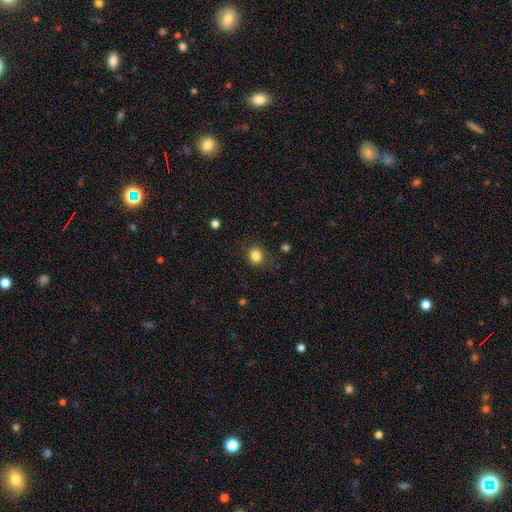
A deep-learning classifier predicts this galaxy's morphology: Smooth or featured? smooth (84%)
How rounded? round (80%)
Merging? none (83%)